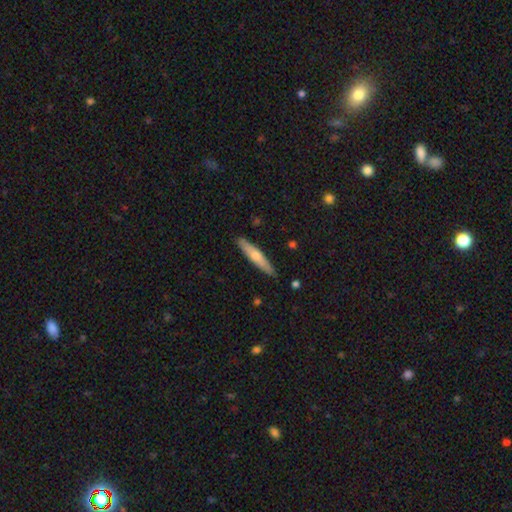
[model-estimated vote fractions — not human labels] The model was most divided on "smooth or featured": smooth: 57%, featured or disk: 37%, star or artifact: 5%. More confident: merging — none (87%); how rounded — cigar-shaped (87%).